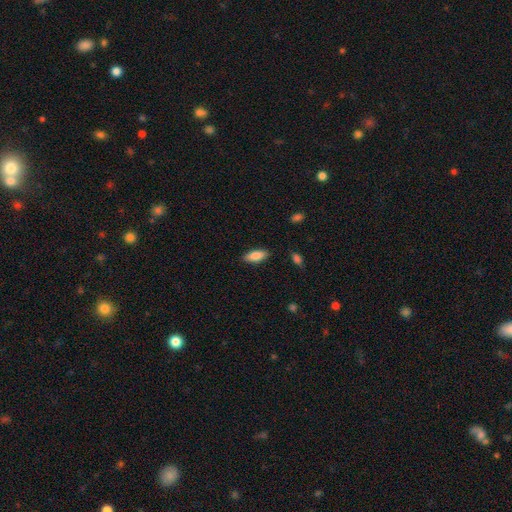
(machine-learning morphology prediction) Overall: smooth (84%). How rounded: in between (80%). Merging: none (86%).